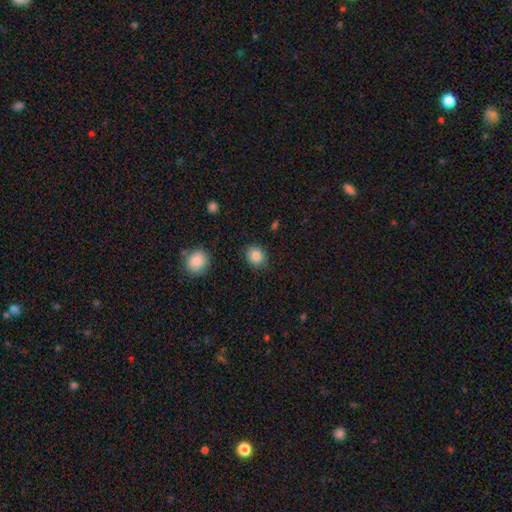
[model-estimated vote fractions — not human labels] Smooth or featured? Predicted: smooth (p=0.85). How rounded? Predicted: round (p=0.70). Merging? Predicted: none (p=0.87).